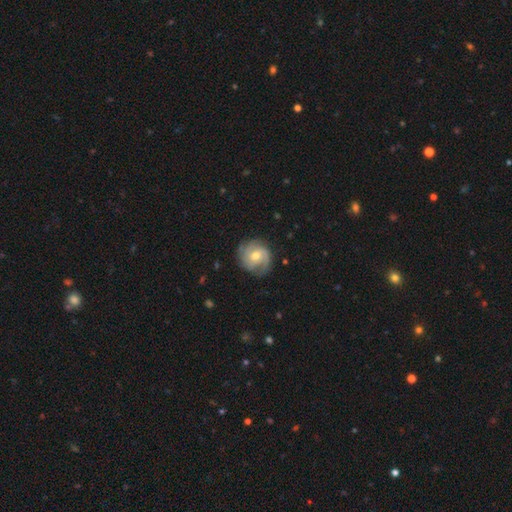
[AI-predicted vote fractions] Overall: featured or disk (72%). Edge-on disk: no (98%). Bar: no (65%; weak 29%). Spiral arms: yes (92%). Spiral arm count: 2 (33%; 3 27%). Spiral winding: tight (50%; medium 38%). Bulge size: moderate (64%; small 31%). Merging: none (78%).